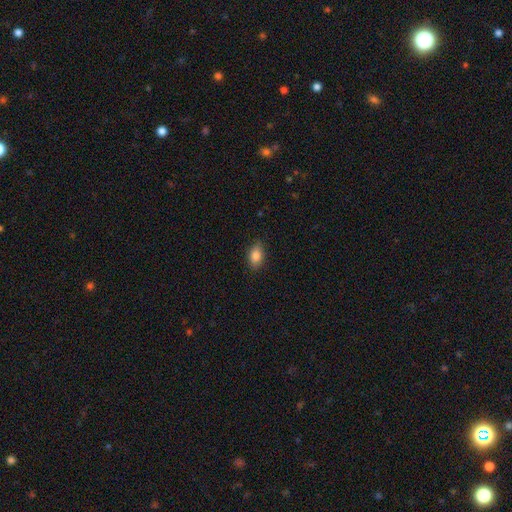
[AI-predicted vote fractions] Q: Smooth or featured?
A: smooth (84%); runner-up: star or artifact (8%)
Q: How rounded?
A: in between (87%); runner-up: round (10%)
Q: Merging?
A: none (85%); runner-up: minor disturbance (12%)